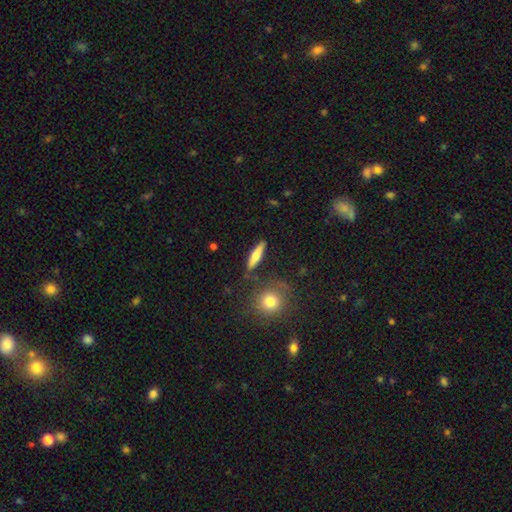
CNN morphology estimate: The model was most divided on "smooth or featured": smooth: 62%, featured or disk: 31%, star or artifact: 7%. More confident: merging — none (83%); how rounded — cigar-shaped (76%).